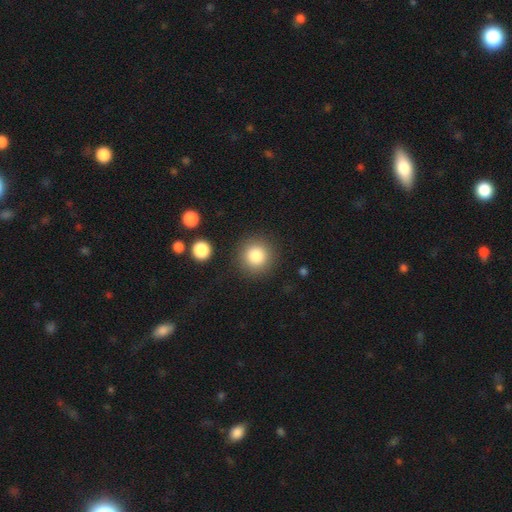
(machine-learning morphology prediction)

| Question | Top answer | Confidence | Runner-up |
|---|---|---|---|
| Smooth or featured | smooth | 83% | star or artifact (10%) |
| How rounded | round | 94% | in between (5%) |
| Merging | none | 87% | minor disturbance (7%) |